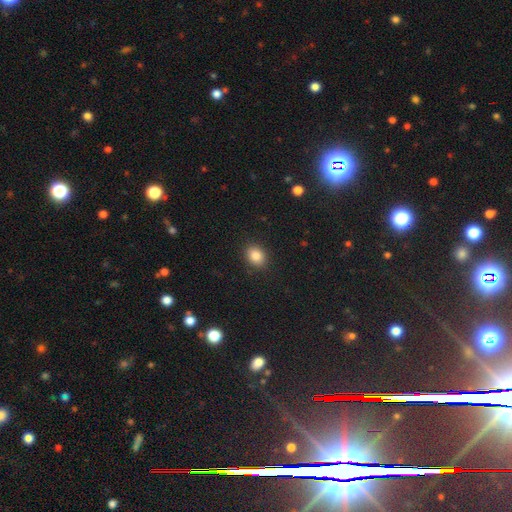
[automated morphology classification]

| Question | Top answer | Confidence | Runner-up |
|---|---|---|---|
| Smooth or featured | smooth | 85% | star or artifact (10%) |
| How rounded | round | 50% | in between (49%) |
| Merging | none | 89% | minor disturbance (8%) |